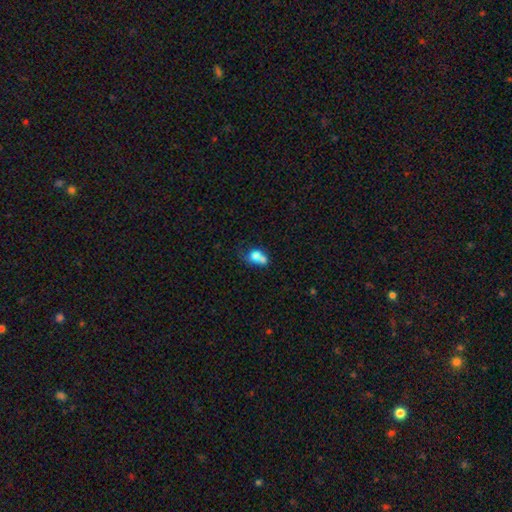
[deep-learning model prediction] smooth_or_featured: smooth (p=0.70) [alt: featured or disk p=0.20]
how_rounded: round (p=0.53) [alt: in between p=0.45]
merging: merger (p=0.65) [alt: none p=0.20]